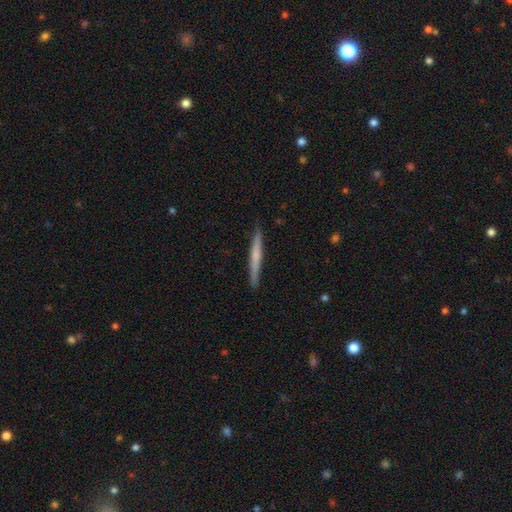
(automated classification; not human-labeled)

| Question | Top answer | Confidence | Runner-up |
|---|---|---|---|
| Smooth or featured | smooth | 51% | featured or disk (44%) |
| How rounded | cigar-shaped | 97% | in between (2%) |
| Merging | none | 90% | minor disturbance (7%) |